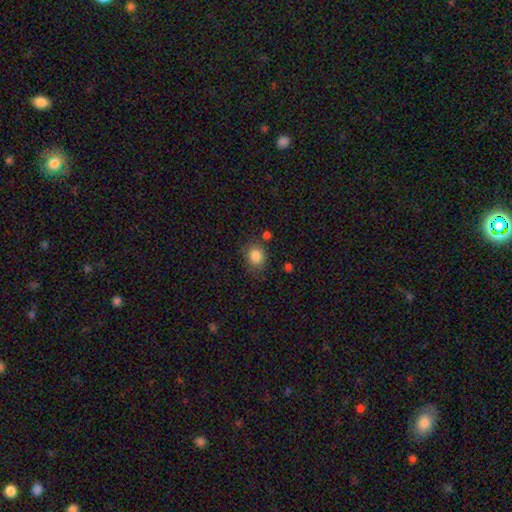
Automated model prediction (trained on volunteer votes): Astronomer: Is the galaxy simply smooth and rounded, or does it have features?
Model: smooth — 85%.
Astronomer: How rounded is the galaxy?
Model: round — 64%.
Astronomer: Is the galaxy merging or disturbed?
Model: none — 72%.